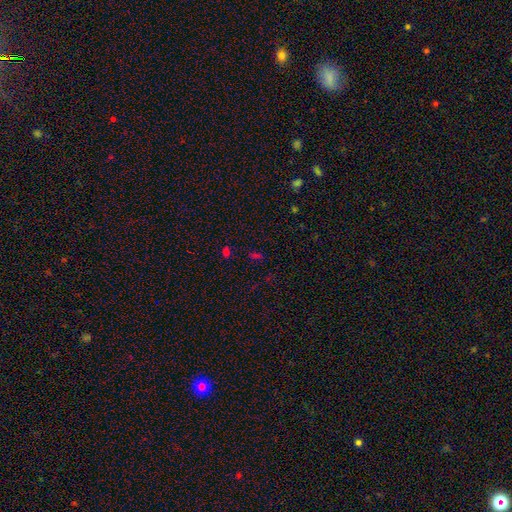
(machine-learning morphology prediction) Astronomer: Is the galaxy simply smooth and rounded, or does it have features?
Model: star or artifact — 49% (runner-up: smooth, 44%).